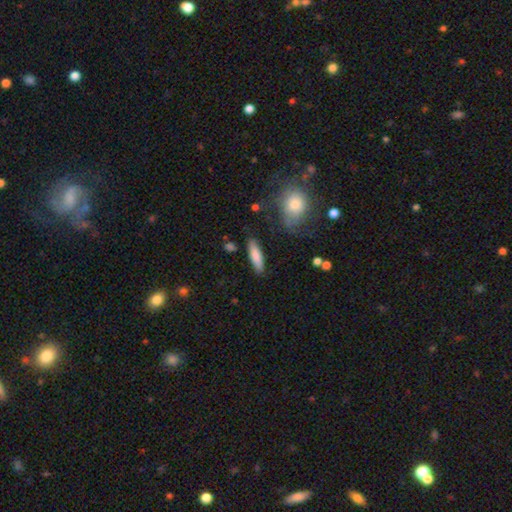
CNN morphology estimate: Smooth or featured? Predicted: smooth (p=0.82). How rounded? Predicted: cigar-shaped (p=0.65). Merging? Predicted: none (p=0.84).